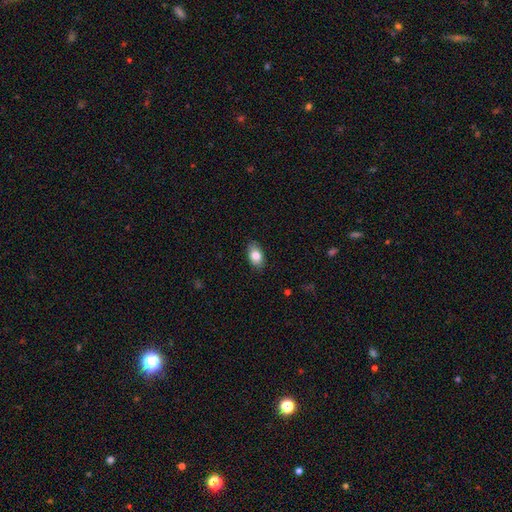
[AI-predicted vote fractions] A smooth galaxy with no disk features (83%) that is in between round and cigar-shaped (90%).

Vote fractions:
- Smooth or featured? smooth: 83% / featured or disk: 10% / star or artifact: 7%
- How rounded? in between: 90% / round: 8% / cigar-shaped: 2%
- Merging? none: 86% / minor disturbance: 11% / major disturbance: 2% / merger: 1%